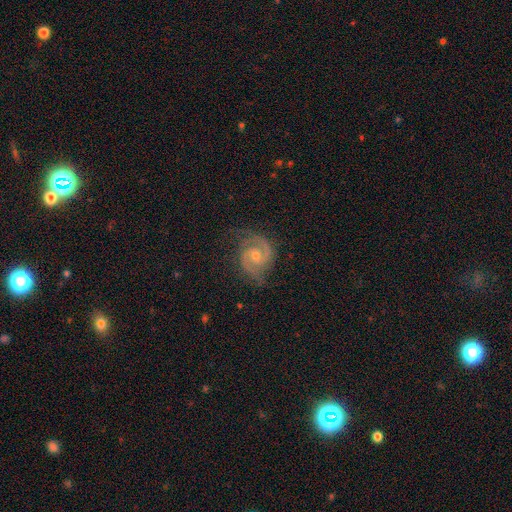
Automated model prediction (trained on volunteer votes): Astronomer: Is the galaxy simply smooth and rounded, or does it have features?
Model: featured or disk — 90%.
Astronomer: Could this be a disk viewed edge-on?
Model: no — 98%.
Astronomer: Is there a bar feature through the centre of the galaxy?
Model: no — 56% (runner-up: weak, 37%).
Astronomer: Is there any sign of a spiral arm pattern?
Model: yes — 98%.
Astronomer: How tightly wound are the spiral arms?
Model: medium — 50% (runner-up: tight, 42%).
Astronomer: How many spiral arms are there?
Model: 2 — 92%.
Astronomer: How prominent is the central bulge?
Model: moderate — 49% (runner-up: small, 46%).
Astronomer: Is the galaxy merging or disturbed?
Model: none — 78%.